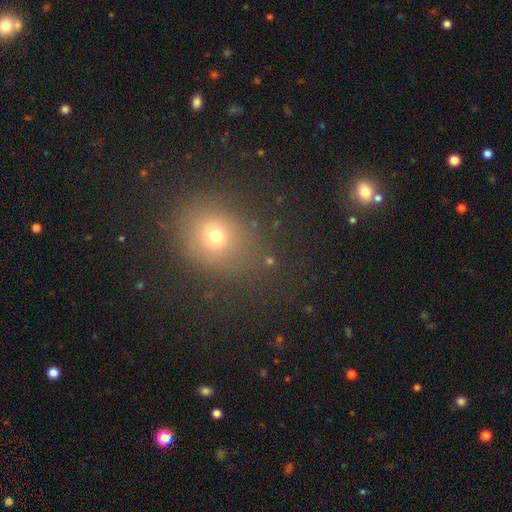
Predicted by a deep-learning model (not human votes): A smooth galaxy with no disk features (62%) that is round (79%).

Vote fractions:
- Smooth or featured? smooth: 62% / star or artifact: 30% / featured or disk: 8%
- How rounded? round: 79% / in between: 20% / cigar-shaped: 1%
- Merging? none: 85% / minor disturbance: 9% / major disturbance: 4% / merger: 2%